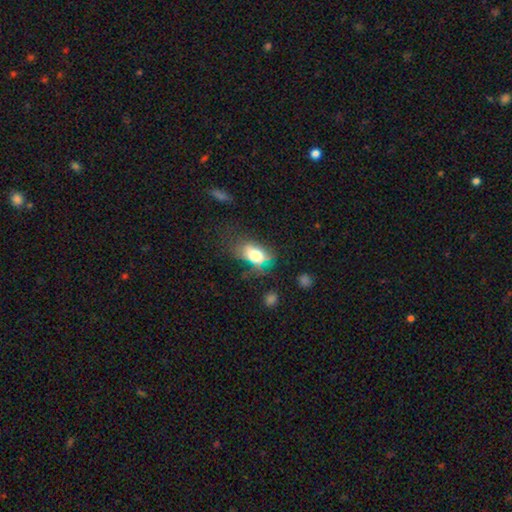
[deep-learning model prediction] smooth-or-featured: smooth: 69% | featured or disk: 19% | star or artifact: 11%
  how-rounded: in between: 84% | round: 13% | cigar-shaped: 3%
  merging: none: 46% | minor disturbance: 27% | major disturbance: 23% | merger: 4%